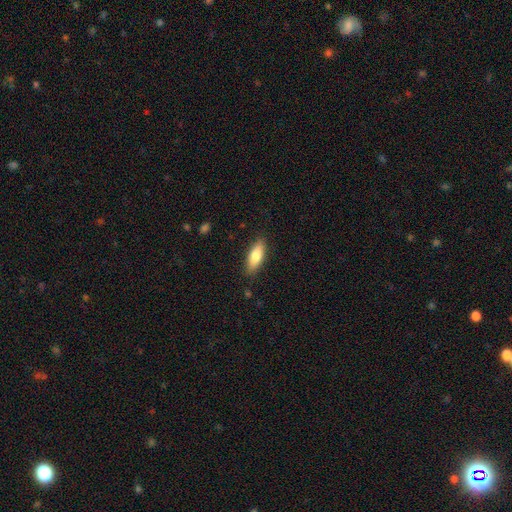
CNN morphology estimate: This is likely a smooth galaxy (77%). How rounded: likely in between (70%). Merging: clearly none (86%).